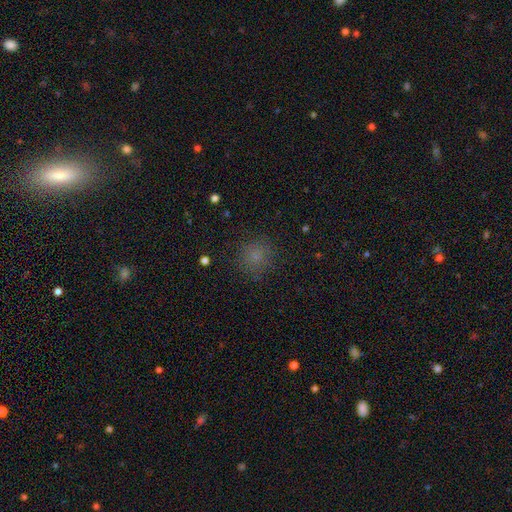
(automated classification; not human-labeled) This appears to be a smooth galaxy with no disk features (76%) that is round (90%). Merging: none (83%).